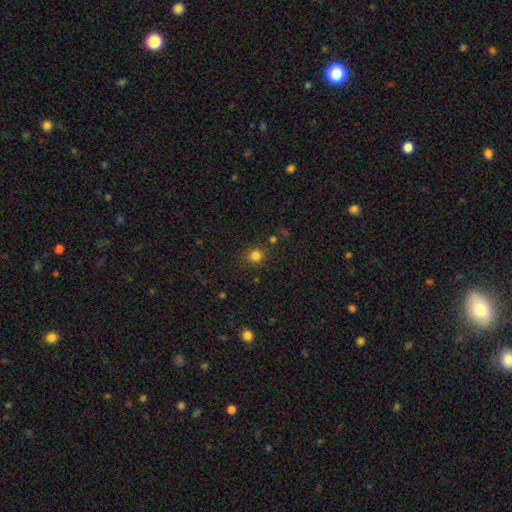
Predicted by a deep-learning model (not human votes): Morphology: type=smooth (81%); roundness=round (86%); merging=none (82%).